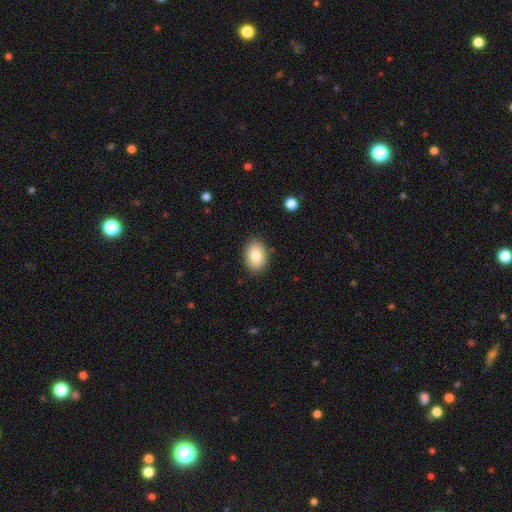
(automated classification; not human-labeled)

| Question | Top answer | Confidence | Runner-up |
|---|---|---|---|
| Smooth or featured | smooth | 83% | featured or disk (9%) |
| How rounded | in between | 75% | round (24%) |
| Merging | none | 87% | minor disturbance (9%) |